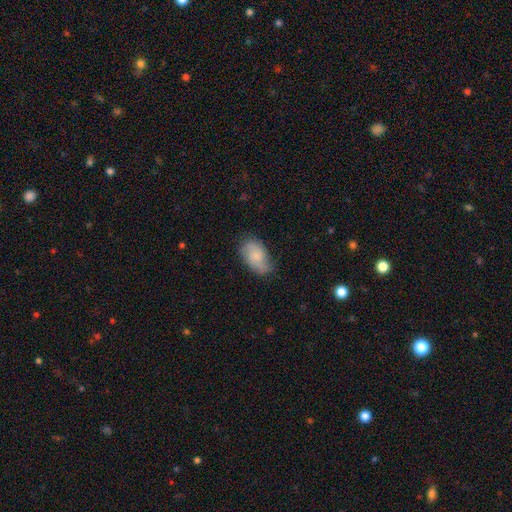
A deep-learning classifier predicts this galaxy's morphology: This is possibly a smooth galaxy (49%). Merging: likely none (64%).